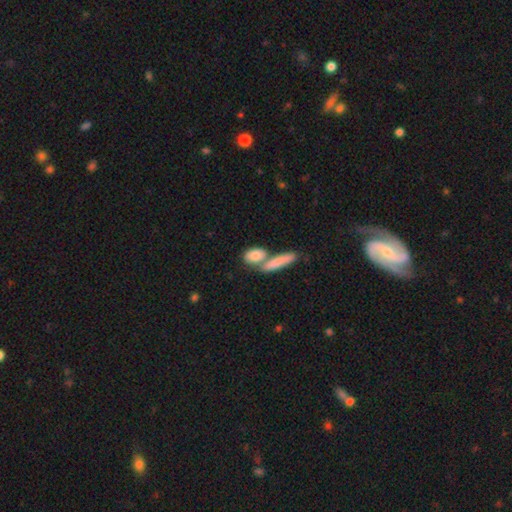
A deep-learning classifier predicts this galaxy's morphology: This appears to be a smooth galaxy with no disk features (79%) that is in between round and cigar-shaped (65%). Merging: none (45%).